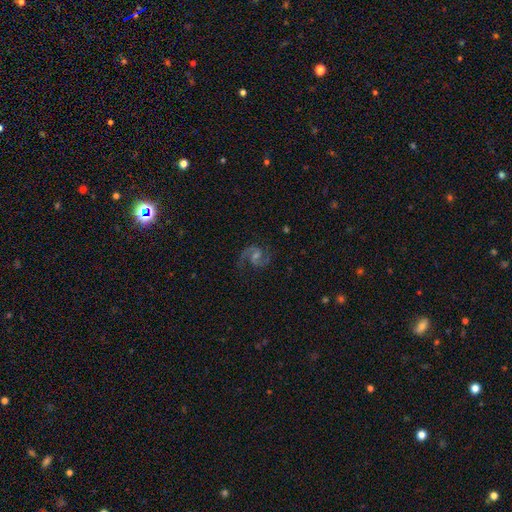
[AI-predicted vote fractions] featured or disk 89%, star or artifact 7%, smooth 4%. Down the decision tree: edge-on disk — no (98%); bar — weak (49%); spiral arms — yes (98%); spiral arm count — 2 (93%); spiral winding — medium (64%); bulge size — small (43%); merging — none (81%).